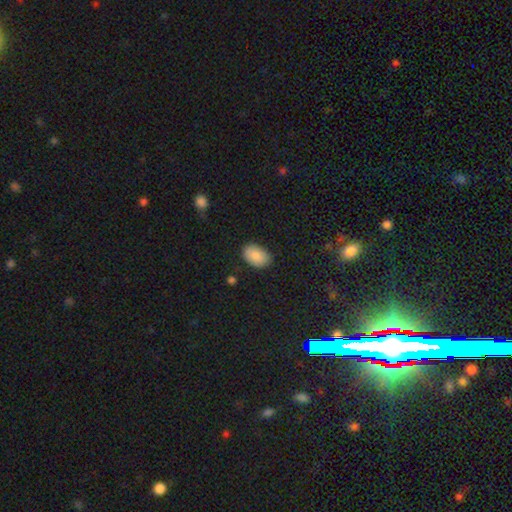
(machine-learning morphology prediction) Smooth or featured?
  - smooth: 87% *
  - star or artifact: 7%
  - featured or disk: 6%
How rounded?
  - in between: 88% *
  - round: 10%
  - cigar-shaped: 1%
Merging?
  - none: 82% *
  - minor disturbance: 14%
  - major disturbance: 3%
  - merger: 1%